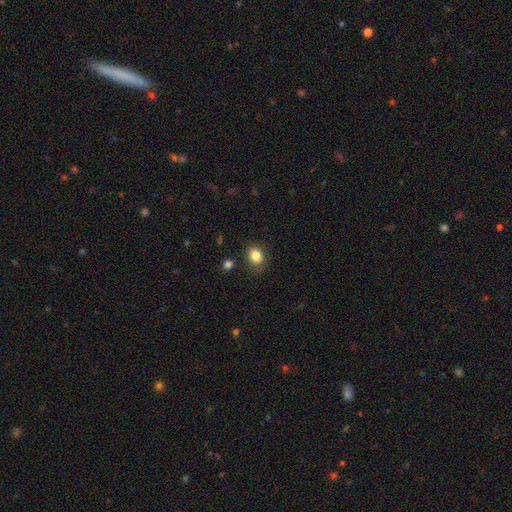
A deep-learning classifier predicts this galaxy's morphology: type=smooth (84%); roundness=round (52%); merging=none (80%).